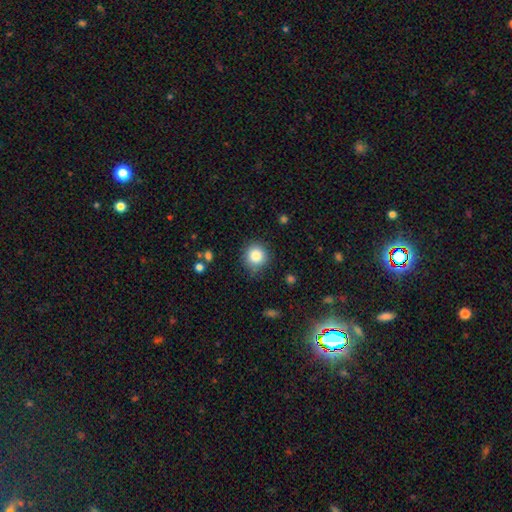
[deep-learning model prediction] Overall: smooth (84%). How rounded: round (91%). Merging: none (83%).